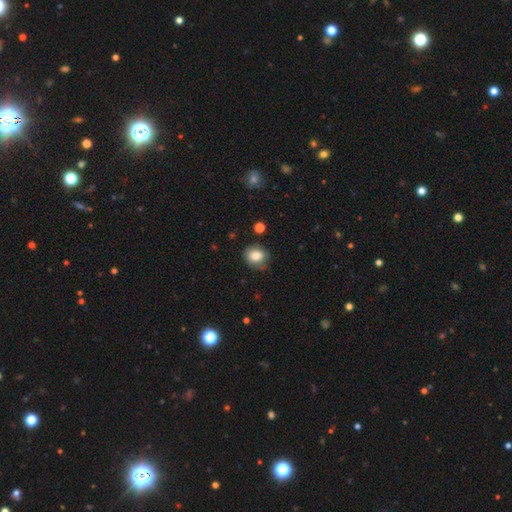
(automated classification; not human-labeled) Smooth or featured? Predicted: smooth (p=0.78). How rounded? Predicted: round (p=0.66). Merging? Predicted: none (p=0.65).